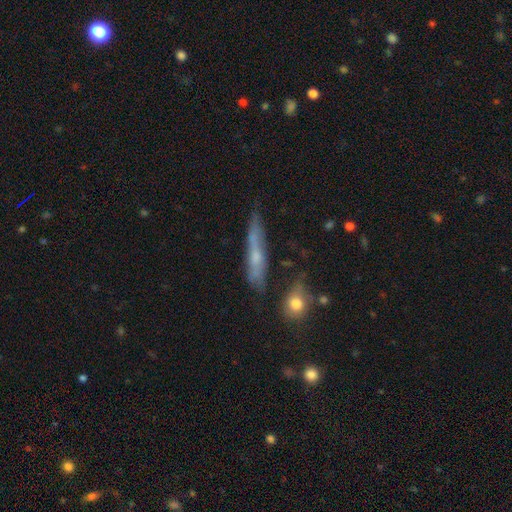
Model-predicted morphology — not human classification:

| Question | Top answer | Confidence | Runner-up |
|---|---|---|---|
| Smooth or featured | featured or disk | 49% | smooth (41%) |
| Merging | none | 64% | minor disturbance (24%) |